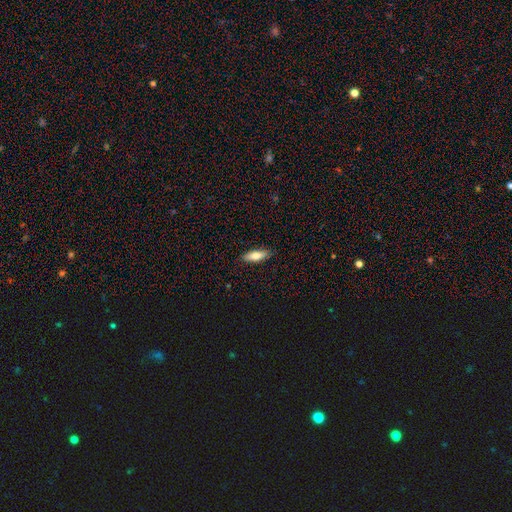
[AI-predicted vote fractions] Smooth or featured?
  - smooth: 73% *
  - featured or disk: 21%
  - star or artifact: 6%
How rounded?
  - in between: 57% *
  - cigar-shaped: 41%
  - round: 2%
Merging?
  - none: 88% *
  - minor disturbance: 9%
  - major disturbance: 2%
  - merger: 1%